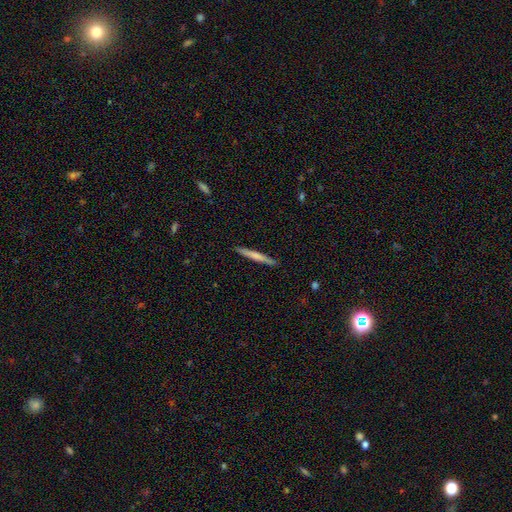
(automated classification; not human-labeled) Q: Smooth or featured?
A: smooth (65%); runner-up: featured or disk (30%)
Q: How rounded?
A: cigar-shaped (96%); runner-up: in between (3%)
Q: Merging?
A: none (90%); runner-up: minor disturbance (7%)